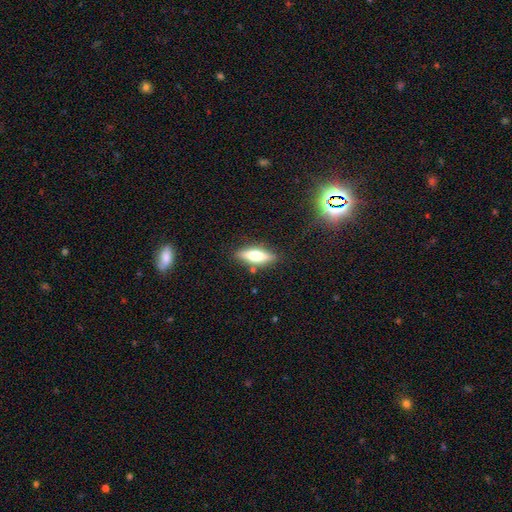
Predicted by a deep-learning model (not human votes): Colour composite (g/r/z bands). It shows a smooth galaxy with no disk features (61%) that is in between round and cigar-shaped (50%). Merging: none (83%).